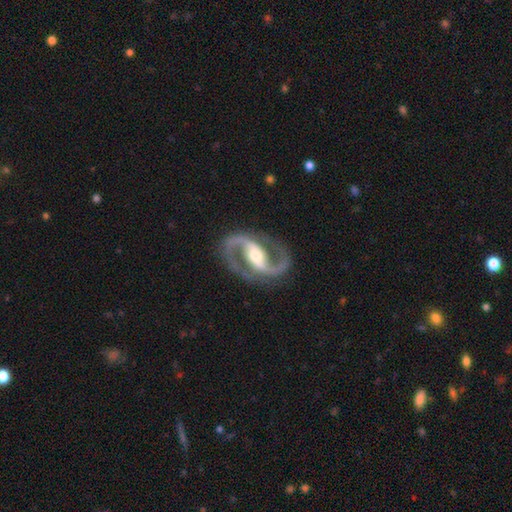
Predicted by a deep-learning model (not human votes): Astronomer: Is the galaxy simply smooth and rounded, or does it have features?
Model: featured or disk — 94%.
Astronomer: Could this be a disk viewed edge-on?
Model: no — 98%.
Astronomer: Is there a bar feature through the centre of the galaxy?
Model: strong — 52% (runner-up: weak, 32%).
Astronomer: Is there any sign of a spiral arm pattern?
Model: yes — 98%.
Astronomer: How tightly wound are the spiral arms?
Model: medium — 66%.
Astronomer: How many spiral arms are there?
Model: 2 — 95%.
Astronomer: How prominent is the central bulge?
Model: moderate — 65%.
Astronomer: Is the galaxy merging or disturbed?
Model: none — 86%.